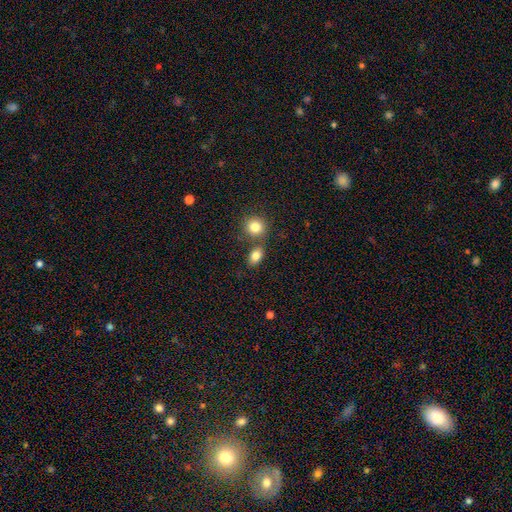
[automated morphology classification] Smooth or featured? Predicted: smooth (p=0.83). How rounded? Predicted: in between (p=0.75). Merging? Predicted: none (p=0.63).